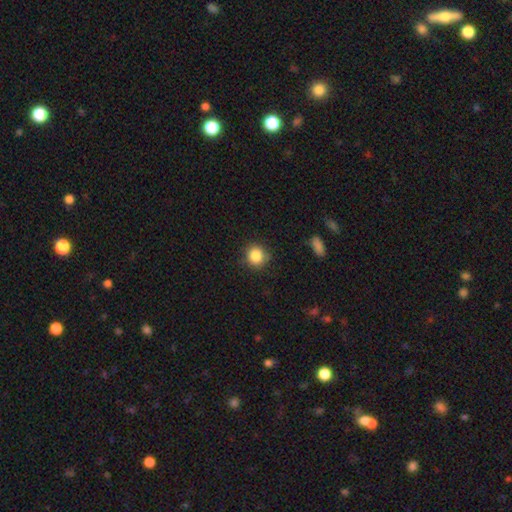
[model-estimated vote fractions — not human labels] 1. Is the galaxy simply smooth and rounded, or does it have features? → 85% smooth, 10% star or artifact, 5% featured or disk.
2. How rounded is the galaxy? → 90% round, 9% in between, 1% cigar-shaped.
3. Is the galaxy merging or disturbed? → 85% none, 11% minor disturbance, 3% major disturbance, 1% merger.